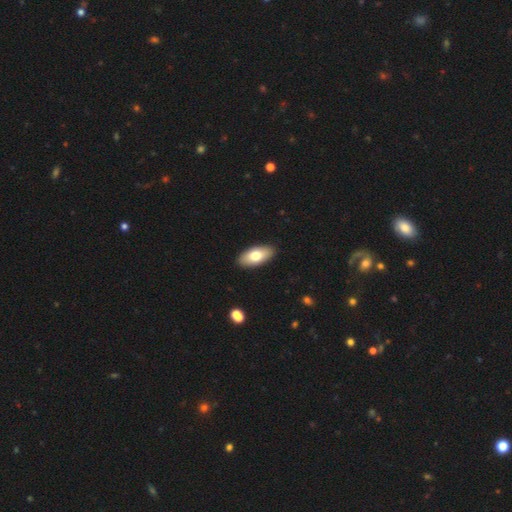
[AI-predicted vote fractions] smooth-or-featured: smooth: 75% | featured or disk: 20% | star or artifact: 6%
  how-rounded: in between: 91% | cigar-shaped: 7% | round: 3%
  merging: none: 90% | minor disturbance: 7% | major disturbance: 2% | merger: 1%